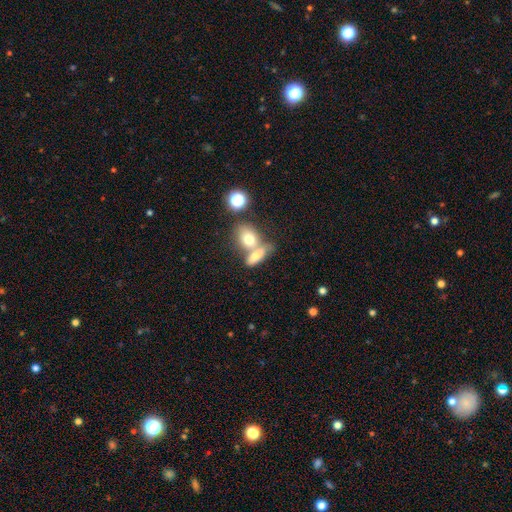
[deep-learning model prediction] Smooth or featured? smooth (71%)
How rounded? in between (73%)
Merging? merger (54%)